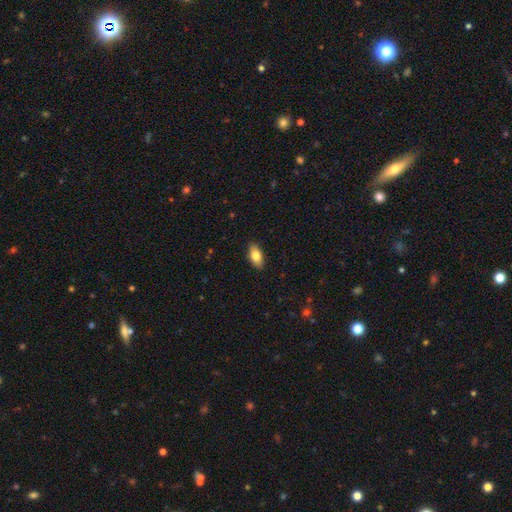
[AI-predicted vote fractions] Morphology: type=smooth (80%); roundness=in between (89%); merging=none (88%).